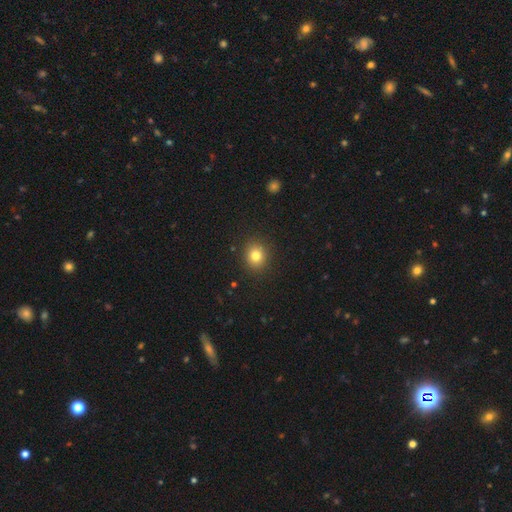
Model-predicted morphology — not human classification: This is clearly a smooth galaxy (80%). How rounded: likely round (78%). Merging: clearly none (90%).